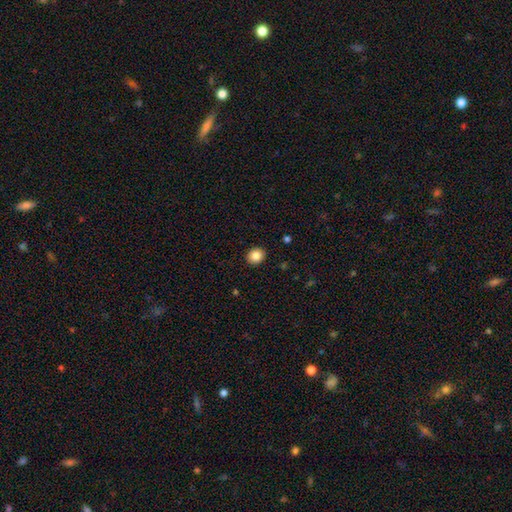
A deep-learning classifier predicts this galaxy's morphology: A smooth galaxy with no disk features (85%) that is round (79%).

Vote fractions:
- Smooth or featured? smooth: 85% / star or artifact: 10% / featured or disk: 5%
- How rounded? round: 79% / in between: 20% / cigar-shaped: 1%
- Merging? none: 92% / minor disturbance: 5% / major disturbance: 2% / merger: 1%